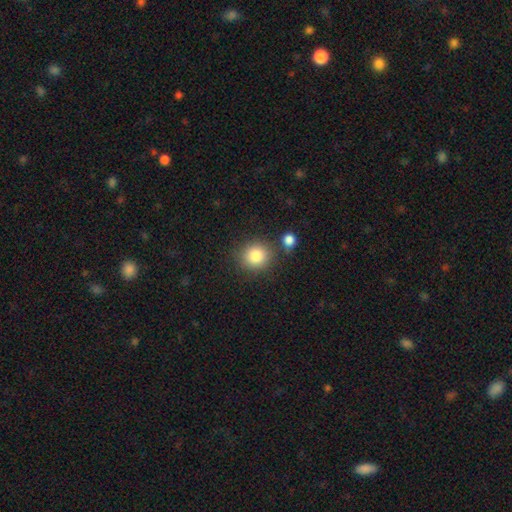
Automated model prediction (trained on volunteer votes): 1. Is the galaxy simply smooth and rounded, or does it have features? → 84% smooth, 10% star or artifact, 6% featured or disk.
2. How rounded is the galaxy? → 85% round, 14% in between, 1% cigar-shaped.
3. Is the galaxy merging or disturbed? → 77% none, 10% minor disturbance, 10% merger, 3% major disturbance.